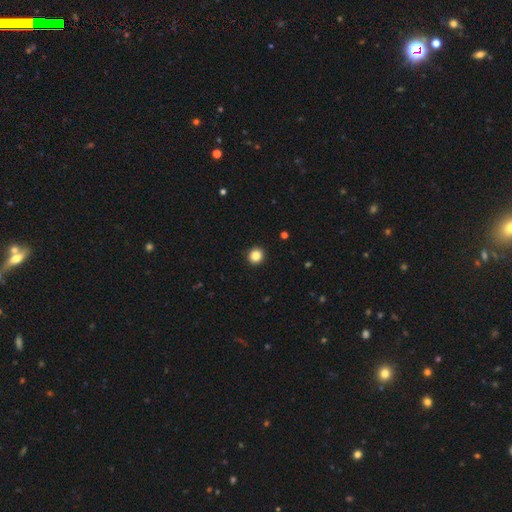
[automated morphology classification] Smooth or featured? Predicted: smooth (p=0.86). How rounded? Predicted: round (p=0.93). Merging? Predicted: none (p=0.93).